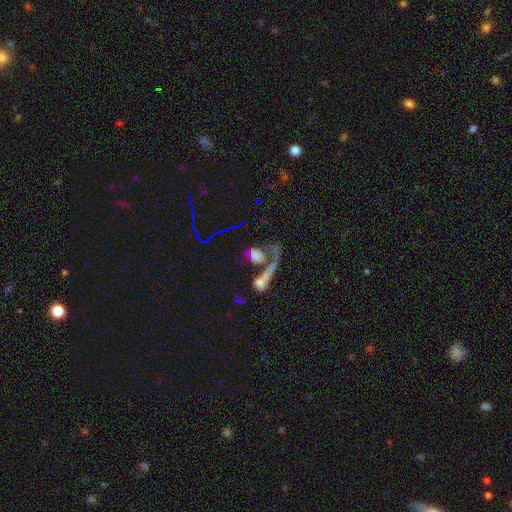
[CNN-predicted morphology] A smooth galaxy with no disk features (48%). Merging: merger (43%).